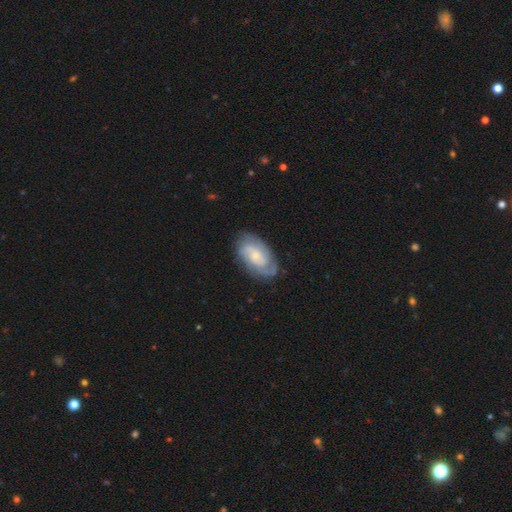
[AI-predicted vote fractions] Morphology: type=featured or disk (74%); edge-on=no (96%); bar=no (66%); spiral arms=yes (92%); winding=tight (55%); arm count=2 (45%); bulge=small (64%); merging=none (76%).